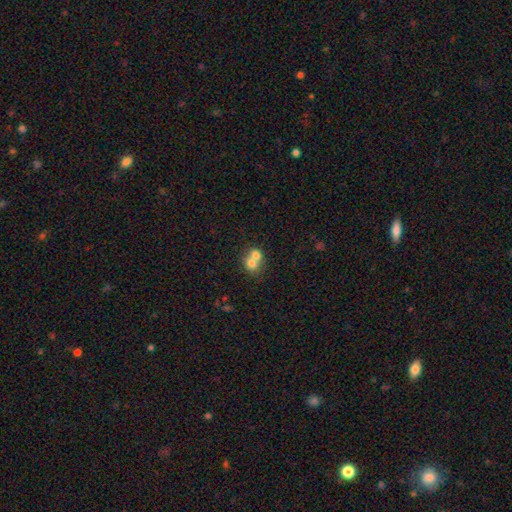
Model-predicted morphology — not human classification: Smooth or featured?
  - smooth: 70% *
  - featured or disk: 21%
  - star or artifact: 10%
How rounded?
  - round: 64% *
  - in between: 35%
  - cigar-shaped: 1%
Merging?
  - merger: 71% *
  - none: 21%
  - minor disturbance: 5%
  - major disturbance: 3%